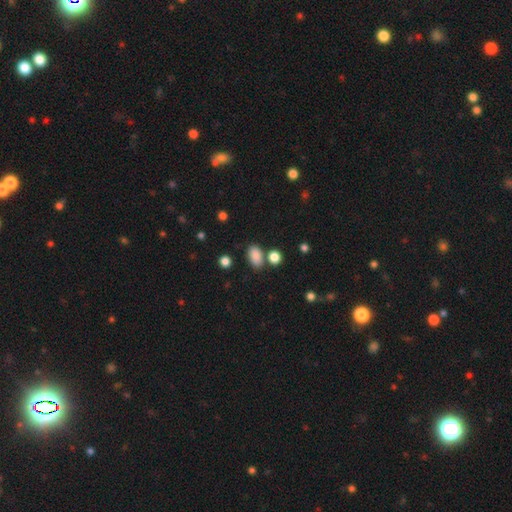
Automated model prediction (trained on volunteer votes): Morphology: type=smooth (86%); roundness=in between (87%); merging=none (71%).